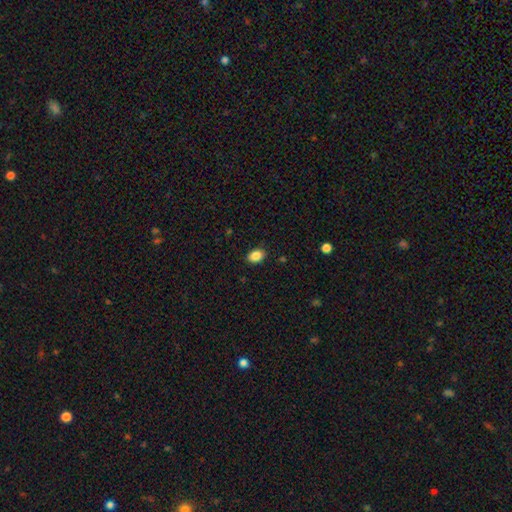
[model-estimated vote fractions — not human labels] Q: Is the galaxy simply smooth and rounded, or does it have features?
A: smooth — 87%.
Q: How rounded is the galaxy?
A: in between — 73%.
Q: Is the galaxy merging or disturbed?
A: none — 88%.